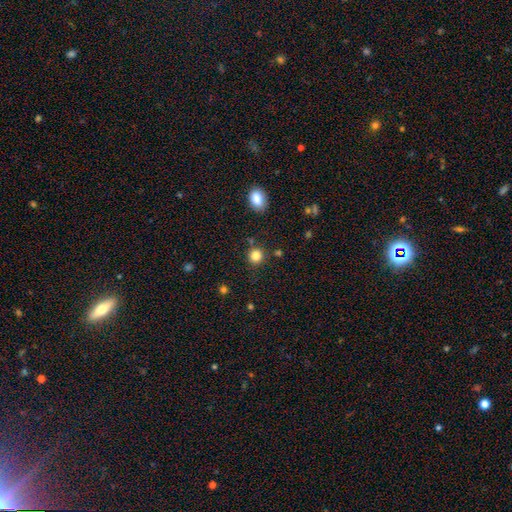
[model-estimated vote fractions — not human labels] Q: Smooth or featured?
A: smooth (83%); runner-up: star or artifact (12%)
Q: How rounded?
A: round (89%); runner-up: in between (10%)
Q: Merging?
A: none (86%); runner-up: minor disturbance (8%)